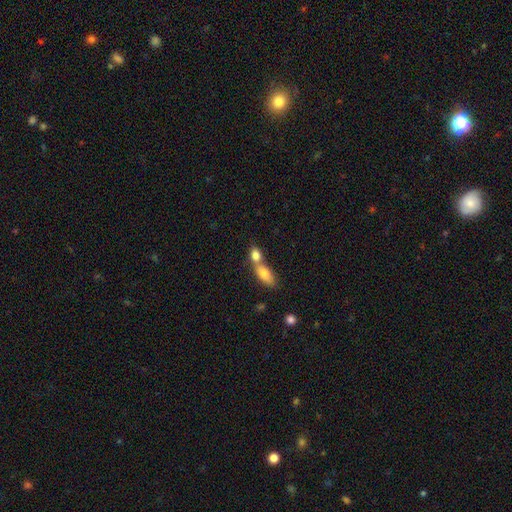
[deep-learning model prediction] Smooth or featured? smooth (81%)
How rounded? in between (72%)
Merging? merger (61%)